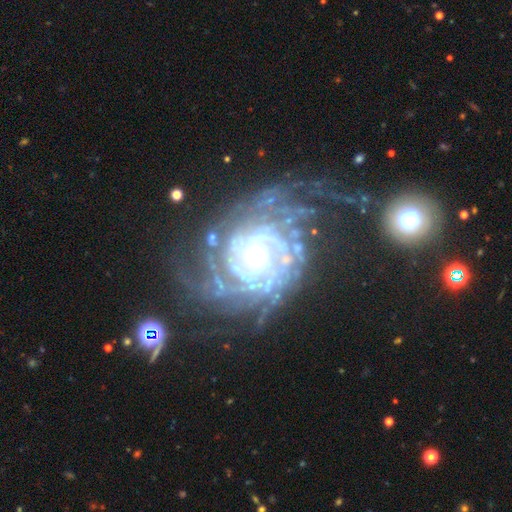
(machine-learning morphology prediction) This is clearly a featured or disk galaxy (91%). It is clearly not viewed edge-on (98%). Bar: likely no (66%). Spiral arm pattern: clearly yes (98%). Spiral arm count: marginally can't tell (22%, tied with 2). Spiral winding: likely tight (71%). Central bulge: likely small (65%). Merging: likely none (61%).